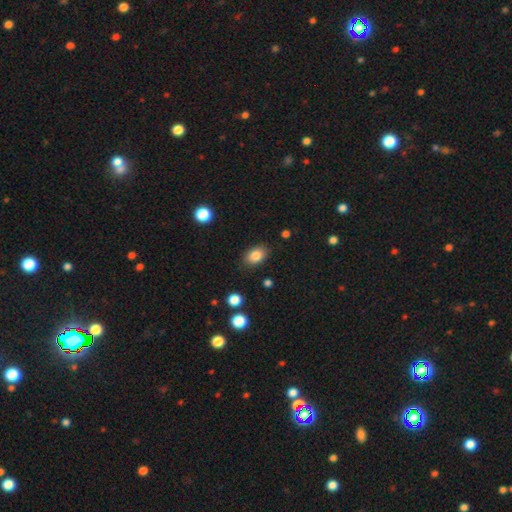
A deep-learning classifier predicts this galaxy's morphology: smooth_or_featured: smooth (p=0.84) [alt: star or artifact p=0.09]
how_rounded: in between (p=0.84) [alt: round p=0.15]
merging: none (p=0.85) [alt: minor disturbance p=0.11]